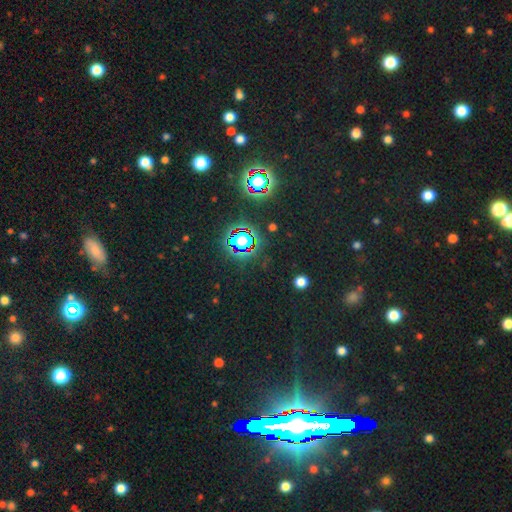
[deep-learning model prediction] star or artifact 81%, smooth 11%, featured or disk 8%.